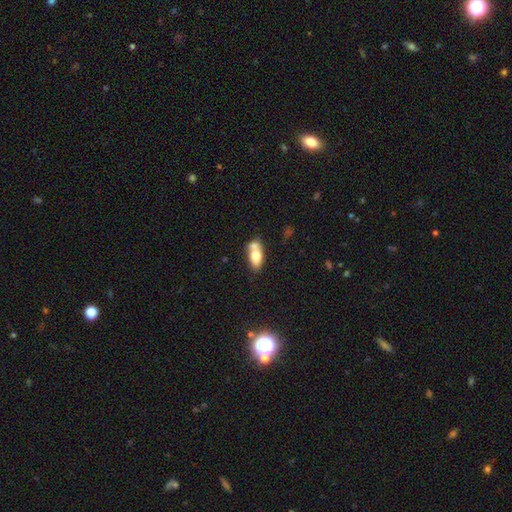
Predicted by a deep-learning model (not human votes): Q: Smooth or featured?
A: smooth (72%); runner-up: featured or disk (21%)
Q: How rounded?
A: in between (85%); runner-up: cigar-shaped (8%)
Q: Merging?
A: merger (45%); runner-up: none (36%)